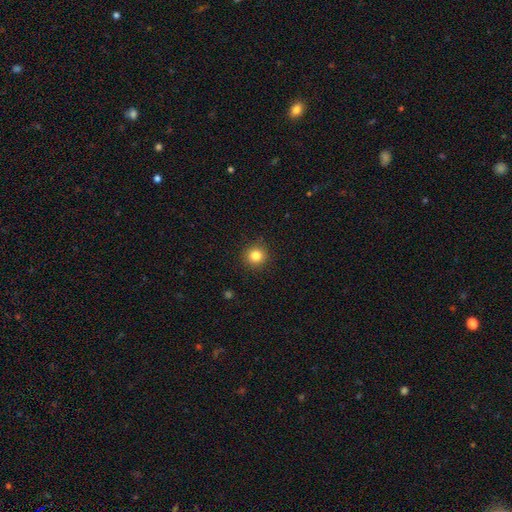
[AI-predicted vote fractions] A smooth galaxy with no disk features (83%) that is round (93%).

Vote fractions:
- Smooth or featured? smooth: 83% / star or artifact: 12% / featured or disk: 6%
- How rounded? round: 93% / in between: 6% / cigar-shaped: 1%
- Merging? none: 90% / minor disturbance: 7% / major disturbance: 2% / merger: 1%